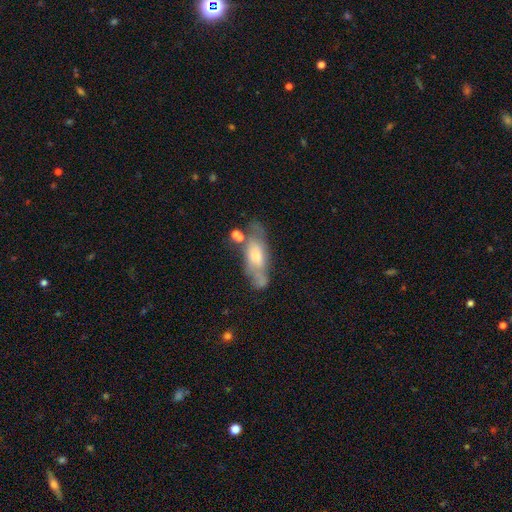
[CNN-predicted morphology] Smooth or featured? Predicted: smooth (p=0.47). Merging? Predicted: none (p=0.46).